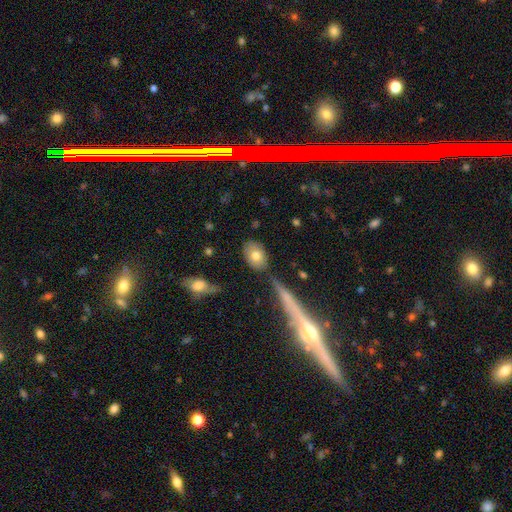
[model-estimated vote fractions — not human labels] smooth_or_featured: smooth (p=0.76) [alt: featured or disk p=0.17]
how_rounded: in between (p=0.77) [alt: round p=0.20]
merging: none (p=0.73) [alt: minor disturbance p=0.15]